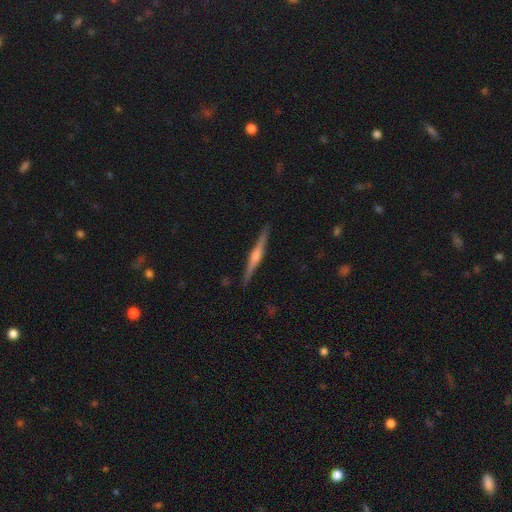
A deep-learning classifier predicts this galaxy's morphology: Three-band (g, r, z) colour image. It shows a featured or disk galaxy (82%) viewed edge-on (99%) with a rounded central bulge (82%). Merging: none (92%).